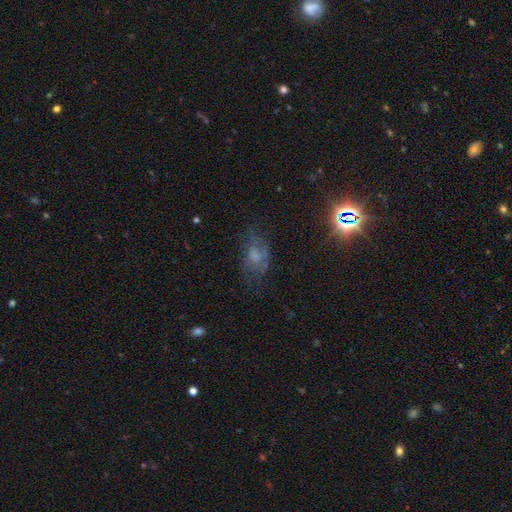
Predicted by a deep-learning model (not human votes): smooth-or-featured: featured or disk: 39% | smooth: 36% | star or artifact: 24%
  merging: none: 46% | major disturbance: 26% | minor disturbance: 25% | merger: 3%